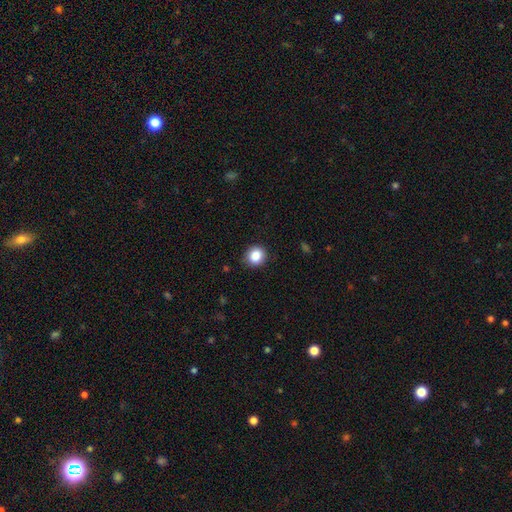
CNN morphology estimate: This appears to be a smooth galaxy with no disk features (85%) that is round (86%). Merging: none (86%).